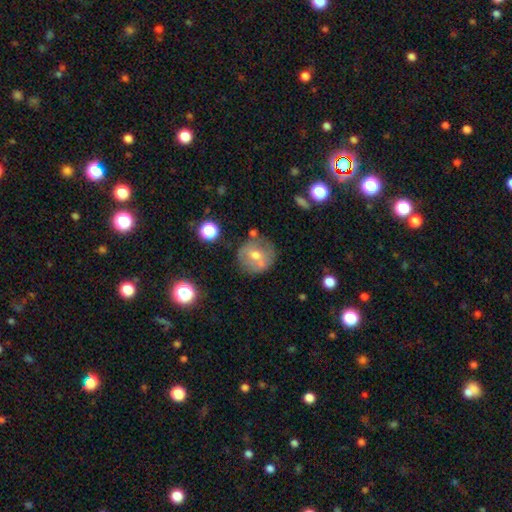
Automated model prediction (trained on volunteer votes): Morphology: type=smooth (50%); merging=none (68%).